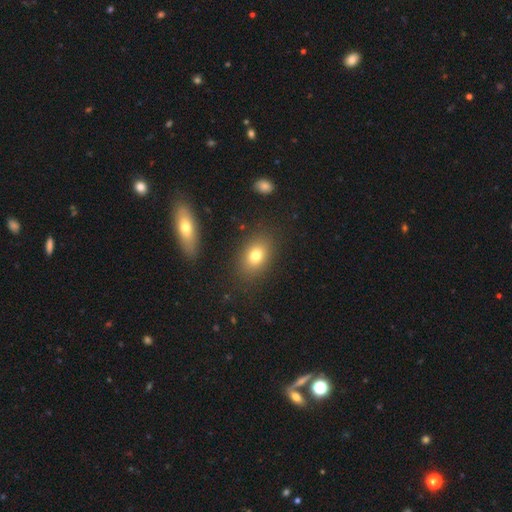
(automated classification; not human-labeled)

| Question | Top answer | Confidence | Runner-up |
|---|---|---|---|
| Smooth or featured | smooth | 77% | featured or disk (12%) |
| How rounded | in between | 74% | round (24%) |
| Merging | none | 85% | minor disturbance (10%) |